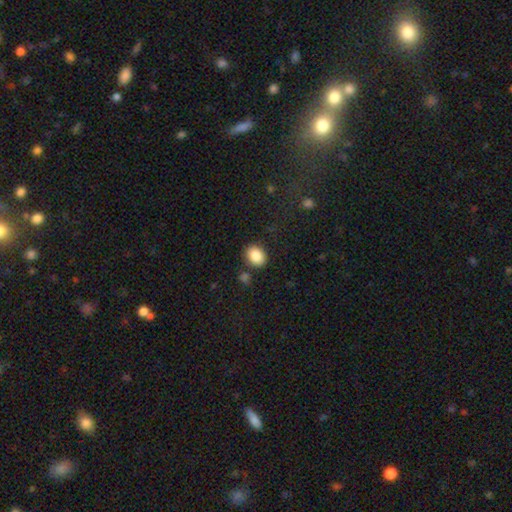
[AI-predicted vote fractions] A smooth galaxy with no disk features (87%) that is in between round and cigar-shaped (55%).

Vote fractions:
- Smooth or featured? smooth: 87% / star or artifact: 8% / featured or disk: 5%
- How rounded? in between: 55% / round: 44% / cigar-shaped: 1%
- Merging? none: 81% / minor disturbance: 11% / merger: 5% / major disturbance: 3%